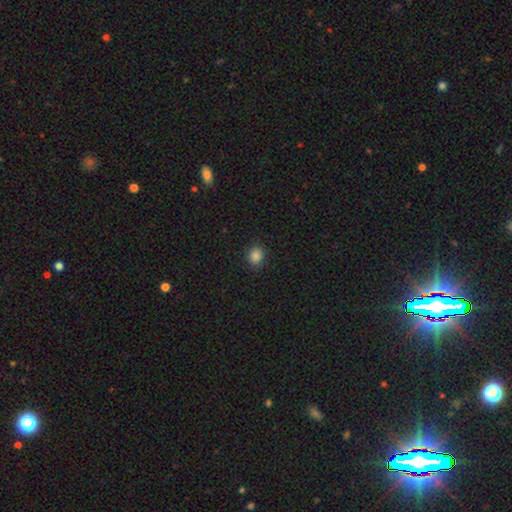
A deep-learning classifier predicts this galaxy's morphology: This is clearly a smooth galaxy (85%). How rounded: likely round (74%). Merging: clearly none (89%).